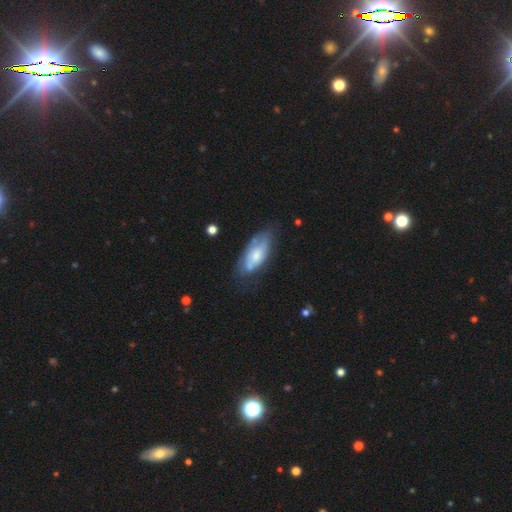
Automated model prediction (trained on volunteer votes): smooth 50%, featured or disk 43%, star or artifact 6%. Down the decision tree: how rounded — in between (84%); merging — none (58%).